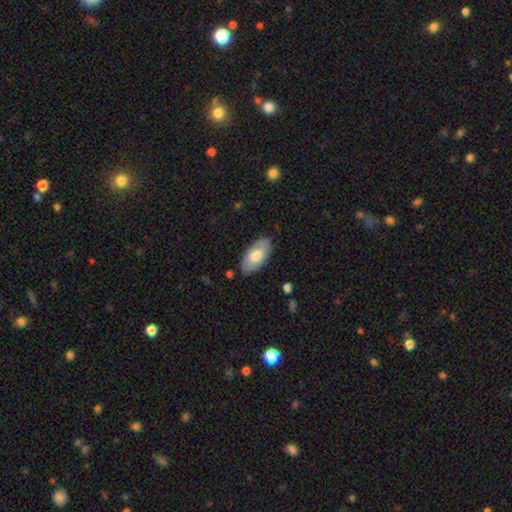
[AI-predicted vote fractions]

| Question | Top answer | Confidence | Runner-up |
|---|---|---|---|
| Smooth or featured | smooth | 67% | featured or disk (28%) |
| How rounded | in between | 93% | cigar-shaped (4%) |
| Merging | none | 83% | minor disturbance (13%) |